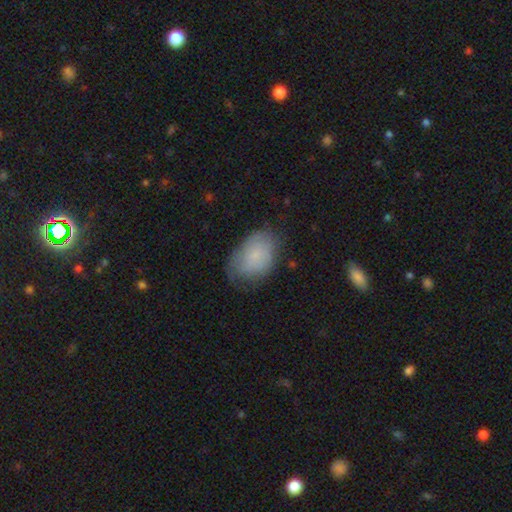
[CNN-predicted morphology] Smooth or featured? smooth (71%)
How rounded? in between (84%)
Merging? none (57%)